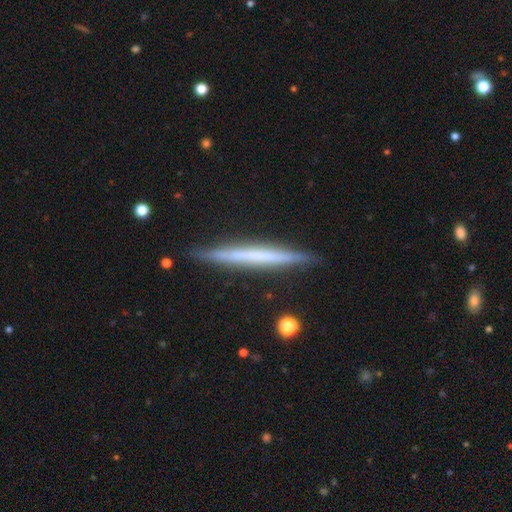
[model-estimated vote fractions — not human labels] Smooth or featured? featured or disk (54%)
Edge-on disk? yes (97%)
Edge-on bulge? none (88%)
Merging? none (90%)